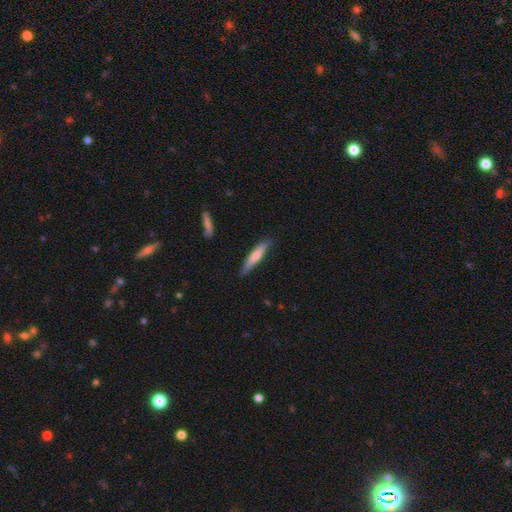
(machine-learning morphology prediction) A smooth galaxy with no disk features (63%) that is cigar-shaped (89%). Merging: none (81%).